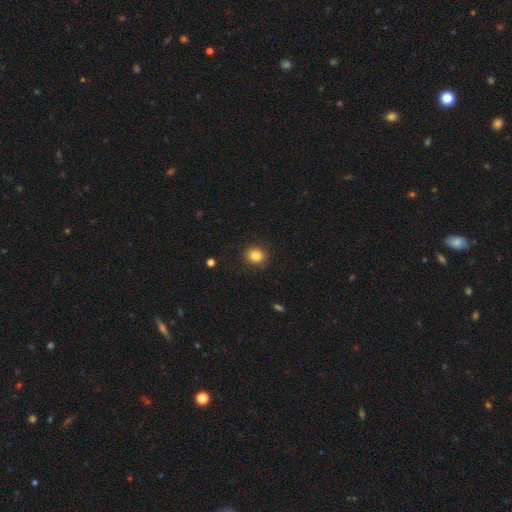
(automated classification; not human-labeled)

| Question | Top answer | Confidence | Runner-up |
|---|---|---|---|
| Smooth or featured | smooth | 84% | star or artifact (11%) |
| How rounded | round | 82% | in between (17%) |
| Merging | none | 91% | minor disturbance (6%) |